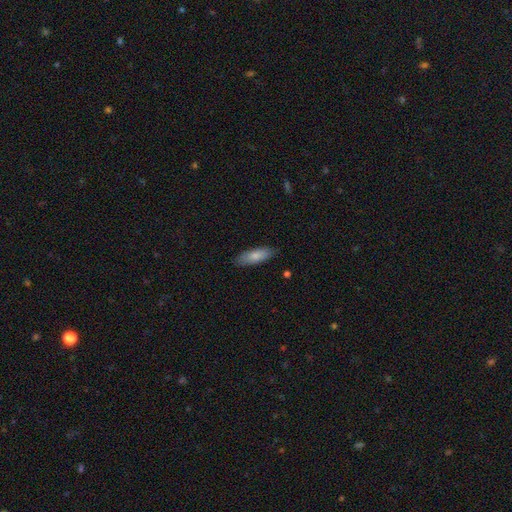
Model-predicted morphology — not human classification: The model was most divided on "how rounded": in between: 62%, cigar-shaped: 36%, round: 2%. More confident: merging — none (84%); smooth or featured — smooth (80%).